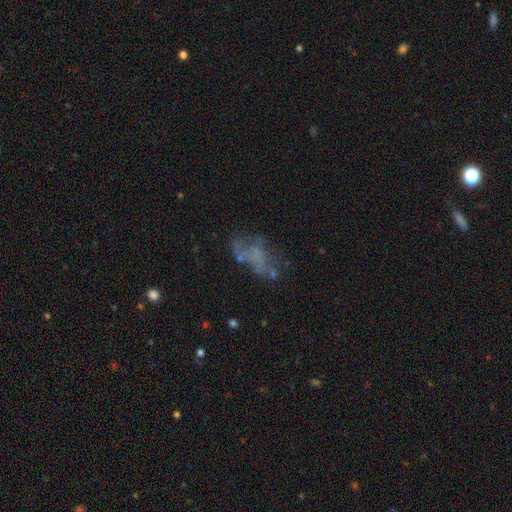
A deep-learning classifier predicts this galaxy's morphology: smooth_or_featured: featured or disk (p=0.50) [alt: smooth p=0.32]
disk_edge_on: no (p=0.96) [alt: yes p=0.04]
merging: none (p=0.43) [alt: major disturbance p=0.28]